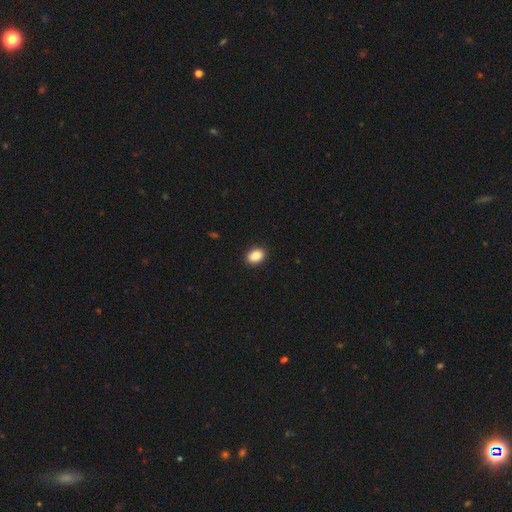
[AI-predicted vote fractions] Smooth or featured?
  - smooth: 88% *
  - star or artifact: 8%
  - featured or disk: 3%
How rounded?
  - in between: 72% *
  - round: 27%
  - cigar-shaped: 1%
Merging?
  - none: 90% *
  - minor disturbance: 8%
  - major disturbance: 2%
  - merger: 1%